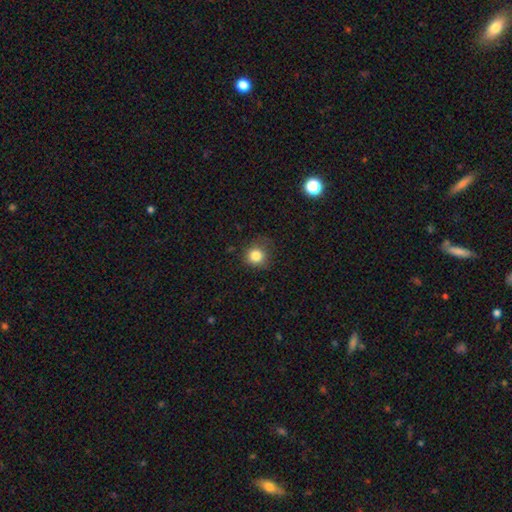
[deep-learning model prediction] This appears to be a smooth galaxy with no disk features (83%) that is round (88%). Merging: none (76%).